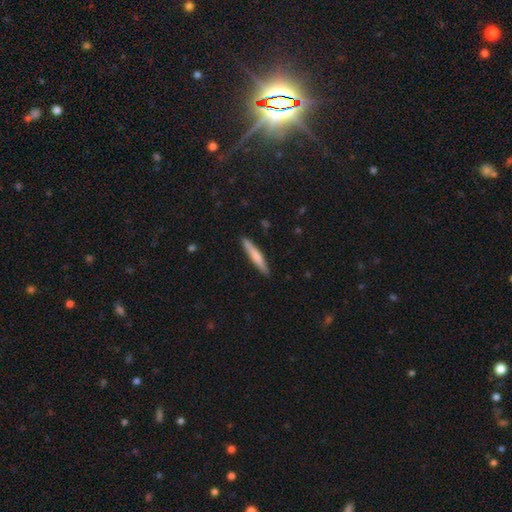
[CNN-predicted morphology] smooth 69%, featured or disk 26%, star or artifact 5%. Down the decision tree: how rounded — cigar-shaped (94%); merging — none (89%).